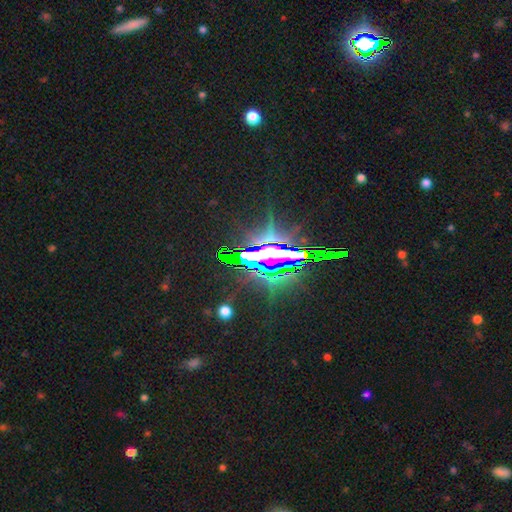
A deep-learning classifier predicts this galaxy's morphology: This appears to be a star or artifact, not a galaxy (81%).